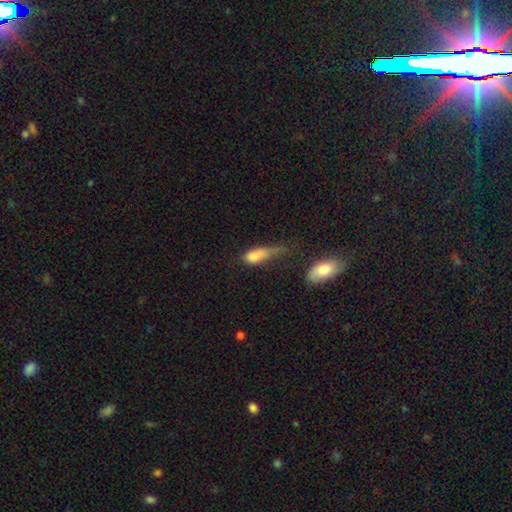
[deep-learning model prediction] A smooth galaxy with no disk features (76%) that is in between round and cigar-shaped (72%). Merging: major disturbance (44%).